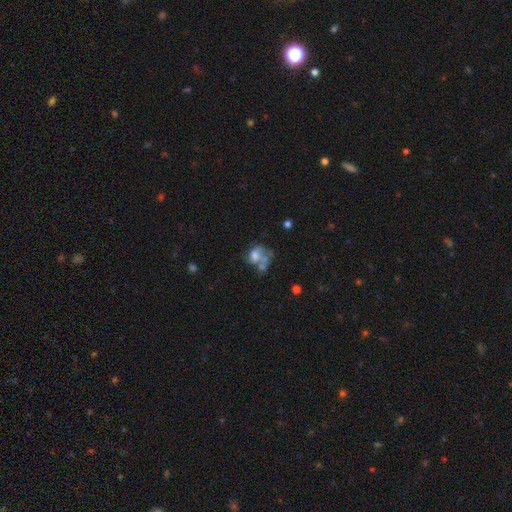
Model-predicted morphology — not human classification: Q: Smooth or featured?
A: smooth (47%); runner-up: featured or disk (41%)
Q: Merging?
A: merger (38%); runner-up: major disturbance (29%)